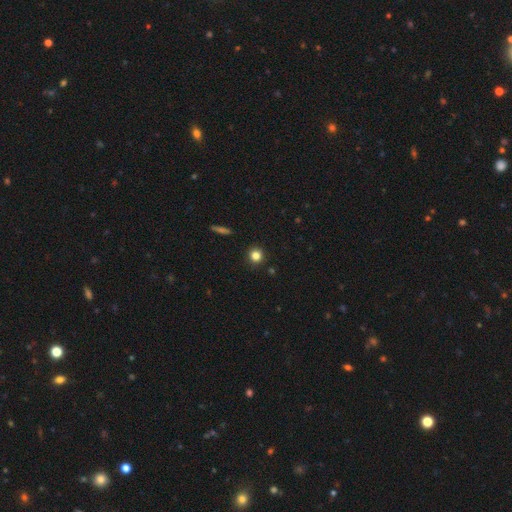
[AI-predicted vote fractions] This appears to be a smooth galaxy with no disk features (82%) that is round (93%). Merging: none (91%).